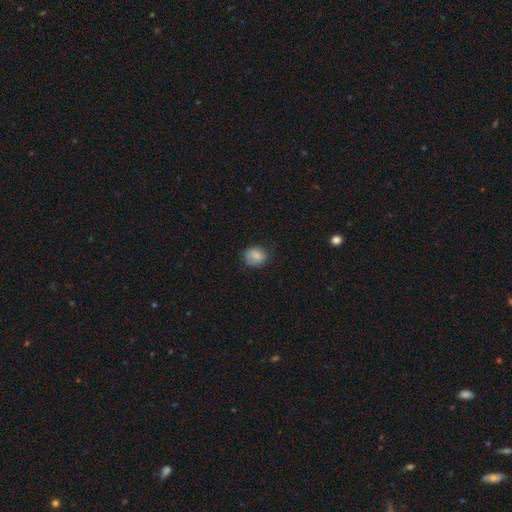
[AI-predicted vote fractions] smooth-or-featured: smooth: 81% | featured or disk: 10% | star or artifact: 9%
  how-rounded: round: 56% | in between: 43% | cigar-shaped: 1%
  merging: none: 71% | minor disturbance: 22% | major disturbance: 5% | merger: 1%